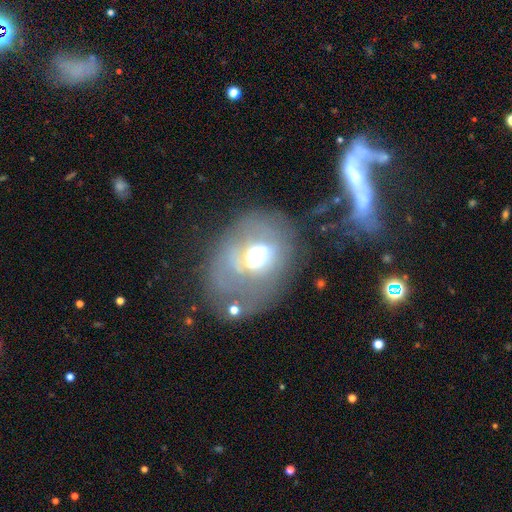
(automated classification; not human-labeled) This is possibly a featured or disk galaxy (49%). Merging: marginally none (35%).